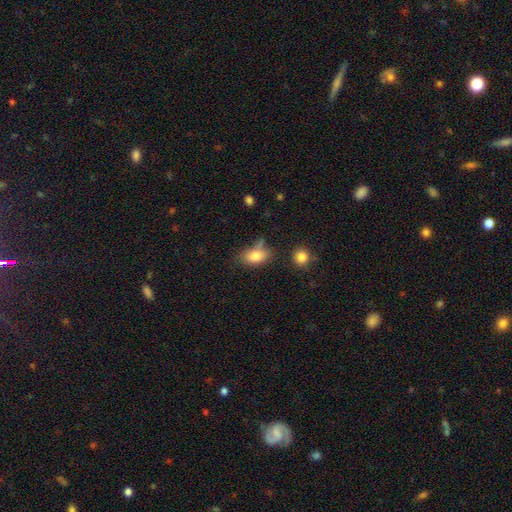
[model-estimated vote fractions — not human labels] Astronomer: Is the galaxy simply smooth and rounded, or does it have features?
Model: smooth — 80%.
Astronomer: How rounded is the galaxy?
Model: in between — 86%.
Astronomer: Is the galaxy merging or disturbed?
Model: none — 60%.